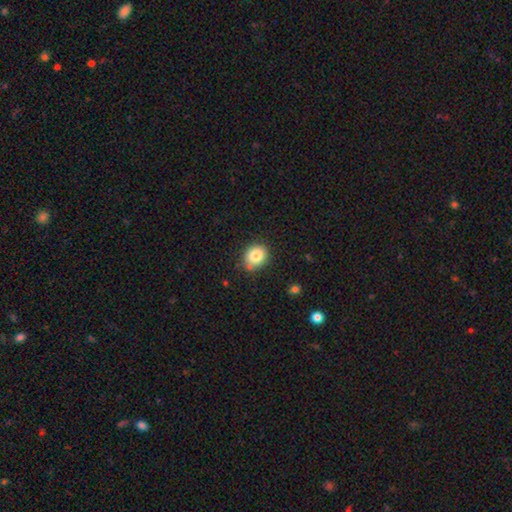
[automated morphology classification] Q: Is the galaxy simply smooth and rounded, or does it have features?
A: smooth — 82%.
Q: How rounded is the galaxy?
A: round — 65%.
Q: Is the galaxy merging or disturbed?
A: none — 77%.